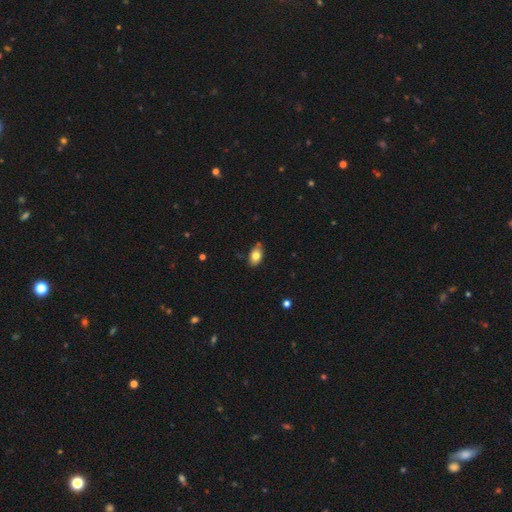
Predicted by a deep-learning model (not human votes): smooth_or_featured: smooth (p=0.80) [alt: featured or disk p=0.12]
how_rounded: in between (p=0.88) [alt: round p=0.10]
merging: none (p=0.78) [alt: minor disturbance p=0.17]